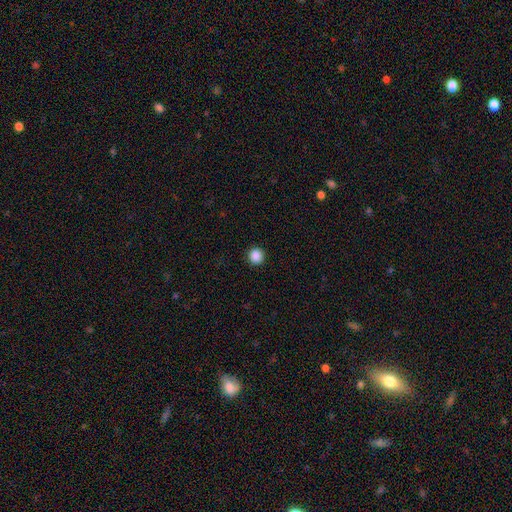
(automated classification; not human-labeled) A smooth galaxy with no disk features (88%) that is round (94%).

Vote fractions:
- Smooth or featured? smooth: 88% / star or artifact: 10% / featured or disk: 2%
- How rounded? round: 94% / in between: 5% / cigar-shaped: 1%
- Merging? none: 93% / minor disturbance: 5% / major disturbance: 2% / merger: 1%